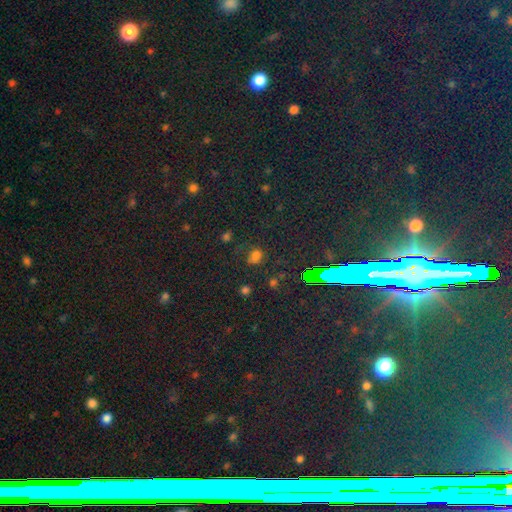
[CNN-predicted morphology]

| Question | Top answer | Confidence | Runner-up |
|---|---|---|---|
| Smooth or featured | smooth | 54% | star or artifact (36%) |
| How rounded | round | 51% | in between (47%) |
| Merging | none | 60% | minor disturbance (20%) |